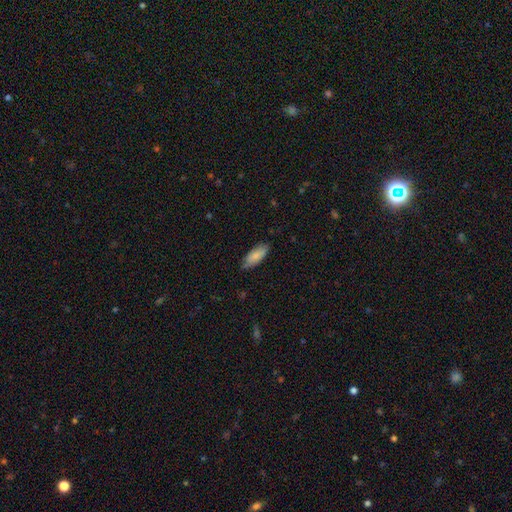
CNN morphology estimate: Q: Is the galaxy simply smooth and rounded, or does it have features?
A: smooth — 82%.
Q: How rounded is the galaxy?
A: in between — 77%.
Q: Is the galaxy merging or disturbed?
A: none — 81%.